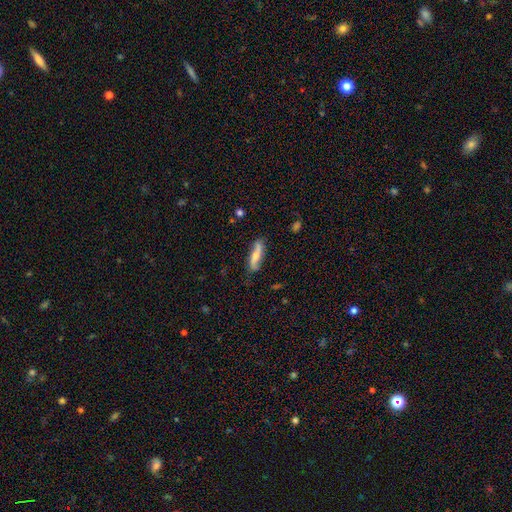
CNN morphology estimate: Smooth or featured: featured or disk — 54% (smooth — 40%)
Edge-on disk: no — 64% (yes — 36%)
Merging: none — 79% (minor disturbance — 16%)